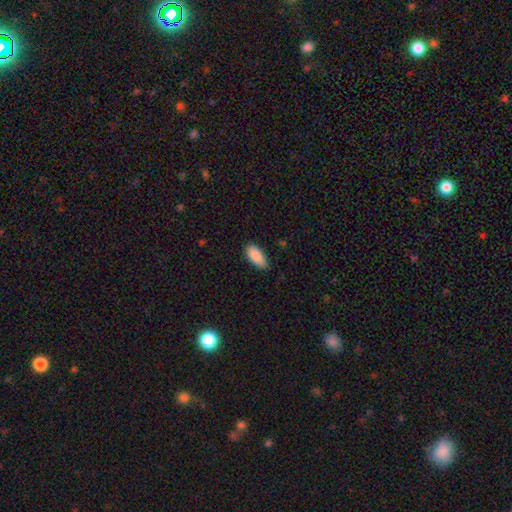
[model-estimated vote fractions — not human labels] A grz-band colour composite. It shows a smooth galaxy with no disk features (89%) that is in between round and cigar-shaped (90%). Merging: none (82%).